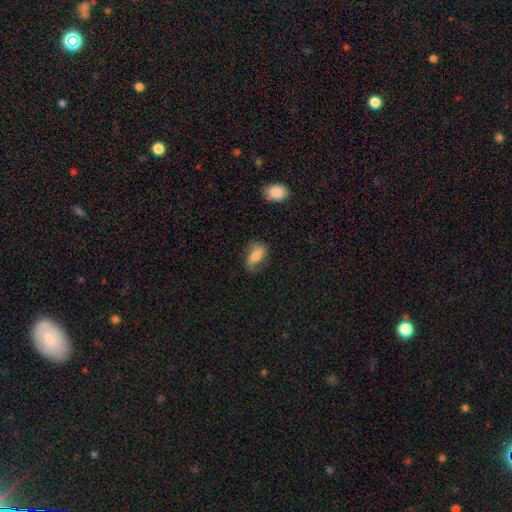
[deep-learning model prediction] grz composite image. It shows a smooth galaxy with no disk features (61%) that is in between round and cigar-shaped (81%). Merging: none (67%).